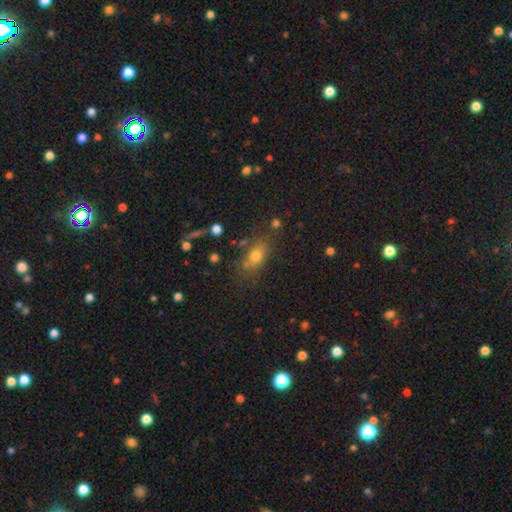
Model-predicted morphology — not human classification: The model was most divided on "how rounded": in between: 69%, round: 22%, cigar-shaped: 9%. More confident: merging — none (72%); smooth or featured — smooth (71%).